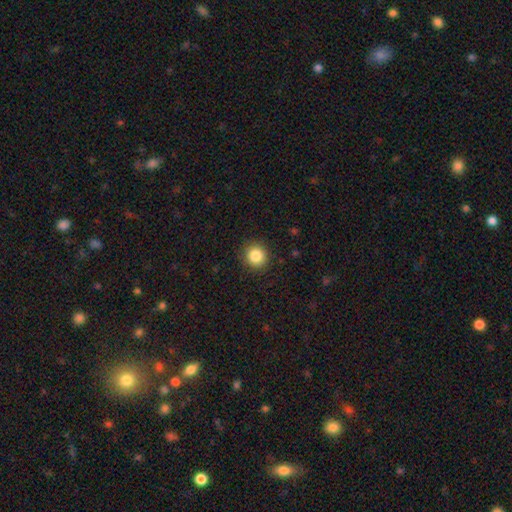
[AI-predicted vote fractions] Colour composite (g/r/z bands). It shows a smooth galaxy with no disk features (85%) that is round (91%). Merging: none (90%).